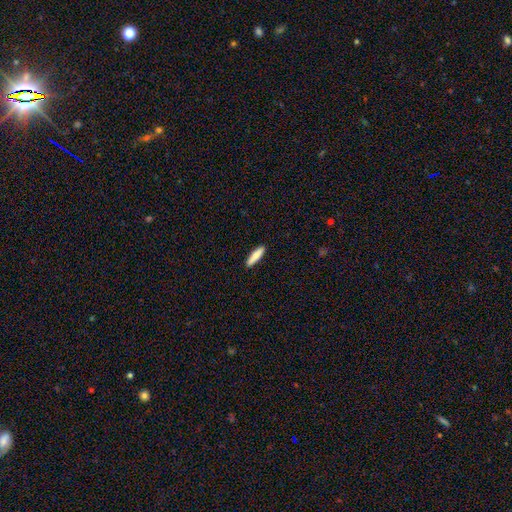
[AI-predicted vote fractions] Q: Smooth or featured?
A: smooth (79%); runner-up: featured or disk (15%)
Q: How rounded?
A: cigar-shaped (77%); runner-up: in between (21%)
Q: Merging?
A: none (90%); runner-up: minor disturbance (7%)